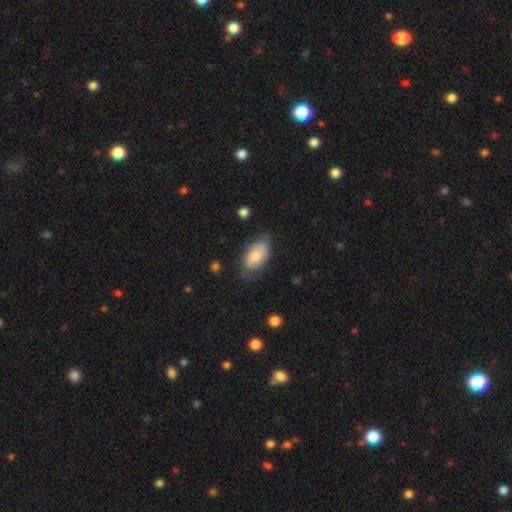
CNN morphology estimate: This is likely a smooth galaxy (76%). How rounded: clearly in between (93%). Merging: possibly none (56%).